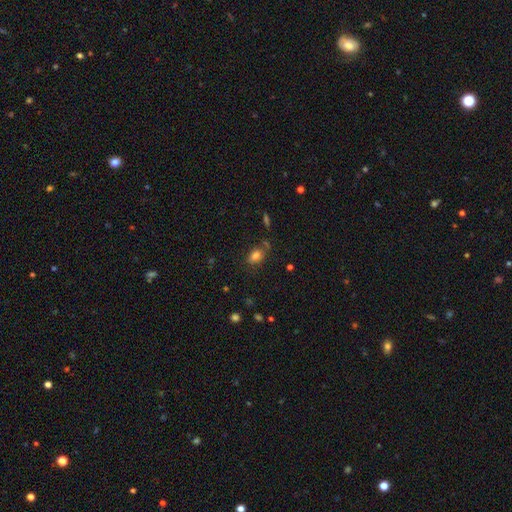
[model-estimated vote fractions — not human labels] A smooth galaxy with no disk features (80%) that is in between round and cigar-shaped (79%).

Vote fractions:
- Smooth or featured? smooth: 80% / star or artifact: 12% / featured or disk: 8%
- How rounded? in between: 79% / round: 19% / cigar-shaped: 2%
- Merging? none: 71% / minor disturbance: 17% / merger: 8% / major disturbance: 5%